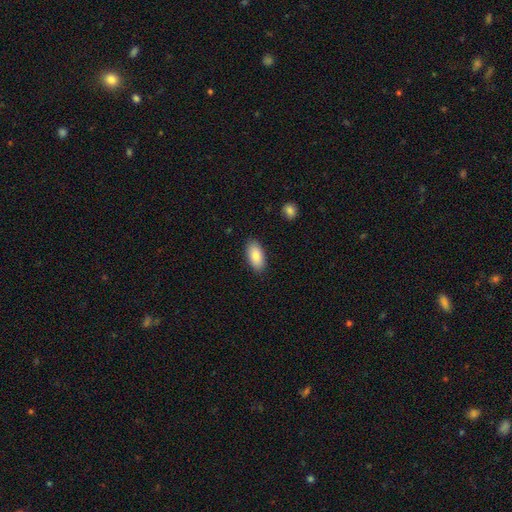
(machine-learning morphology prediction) type=smooth (84%); roundness=in between (93%); merging=none (87%).